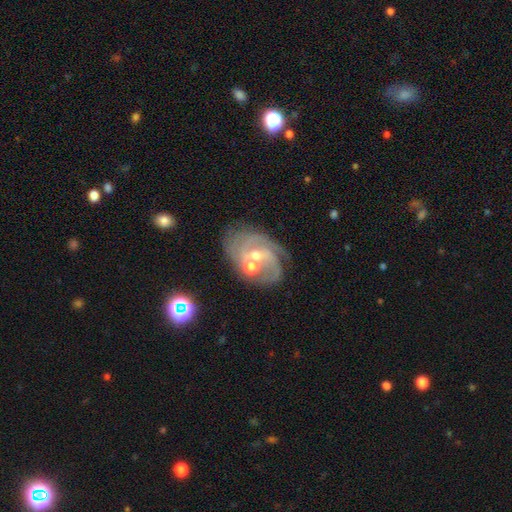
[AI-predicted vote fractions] Smooth or featured? Predicted: featured or disk (p=0.80). Edge-on disk? Predicted: no (p=0.97). Bar? Predicted: no (p=0.48). Spiral arms? Predicted: yes (p=0.94). Spiral winding? Predicted: tight (p=0.47). Spiral arm count? Predicted: 2 (p=0.30). Bulge size? Predicted: small (p=0.53). Merging? Predicted: none (p=0.58).